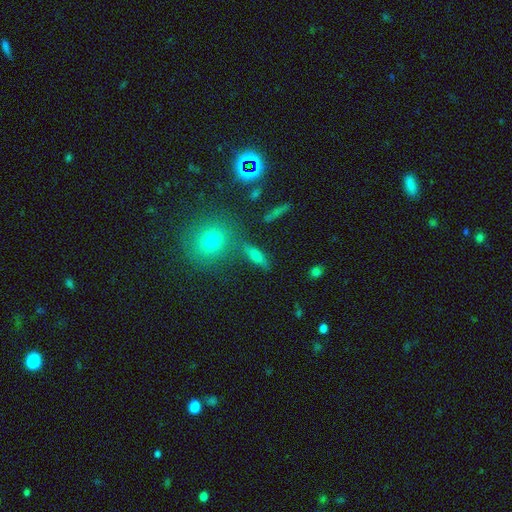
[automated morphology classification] The model was most divided on "how rounded": cigar-shaped: 50%, in between: 39%, round: 11%. More confident: merging — none (69%); smooth or featured — smooth (63%).